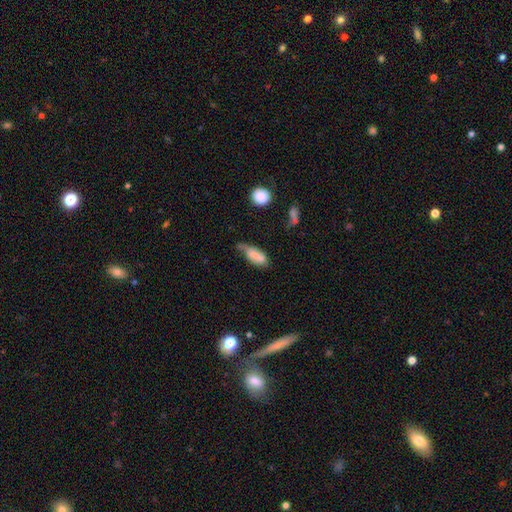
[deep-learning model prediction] smooth_or_featured: smooth (p=0.74) [alt: featured or disk p=0.18]
how_rounded: in between (p=0.74) [alt: cigar-shaped p=0.23]
merging: minor disturbance (p=0.42) [alt: none p=0.27]